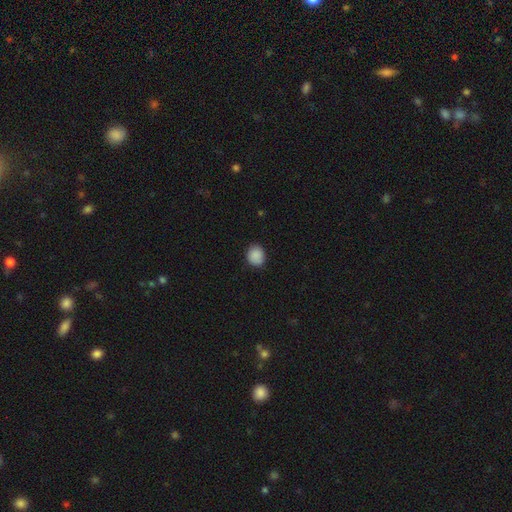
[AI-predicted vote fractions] smooth_or_featured: smooth (p=0.88) [alt: star or artifact p=0.08]
how_rounded: round (p=0.76) [alt: in between p=0.23]
merging: none (p=0.85) [alt: minor disturbance p=0.12]